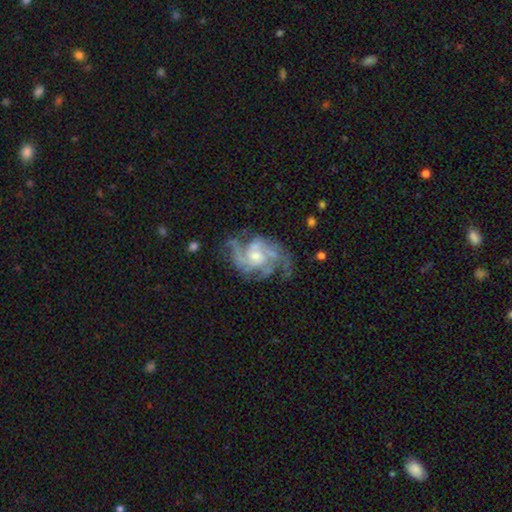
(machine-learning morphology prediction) Smooth or featured: featured or disk — 88% (smooth — 6%)
Edge-on disk: no — 98% (yes — 2%)
Bar: no — 68% (weak — 27%)
Spiral arms: yes — 95% (no — 5%)
Spiral winding: medium — 47% (tight — 39%)
Spiral arm count: 3 — 31% (can't tell — 19%)
Bulge size: moderate — 53% (small — 37%)
Merging: none — 64% (minor disturbance — 20%)